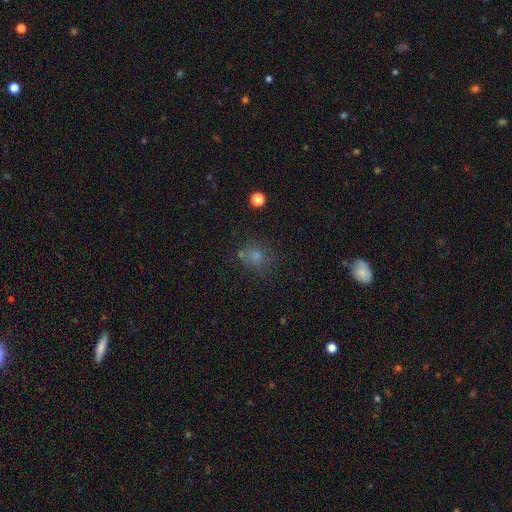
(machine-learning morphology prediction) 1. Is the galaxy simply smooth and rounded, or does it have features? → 64% smooth, 25% star or artifact, 10% featured or disk.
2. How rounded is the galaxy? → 78% round, 21% in between, 1% cigar-shaped.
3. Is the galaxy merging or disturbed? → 71% none, 13% minor disturbance, 11% merger, 6% major disturbance.